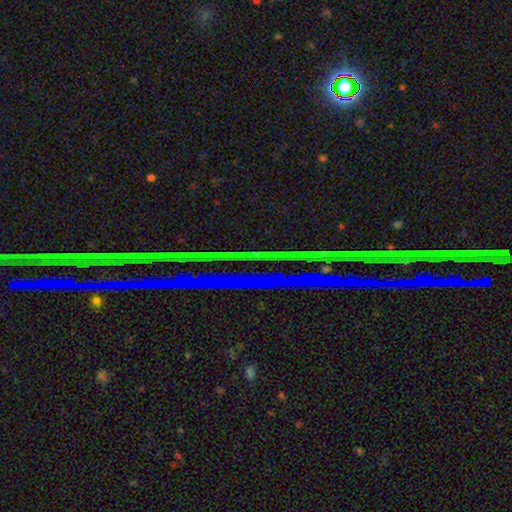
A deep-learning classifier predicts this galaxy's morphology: Q: Smooth or featured?
A: star or artifact (77%); runner-up: featured or disk (14%)